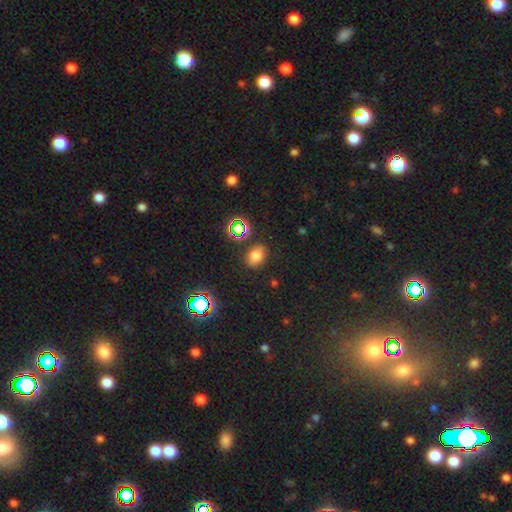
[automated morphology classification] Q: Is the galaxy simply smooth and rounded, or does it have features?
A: smooth — 70%.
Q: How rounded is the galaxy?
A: in between — 70%.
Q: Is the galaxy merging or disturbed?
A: none — 81%.